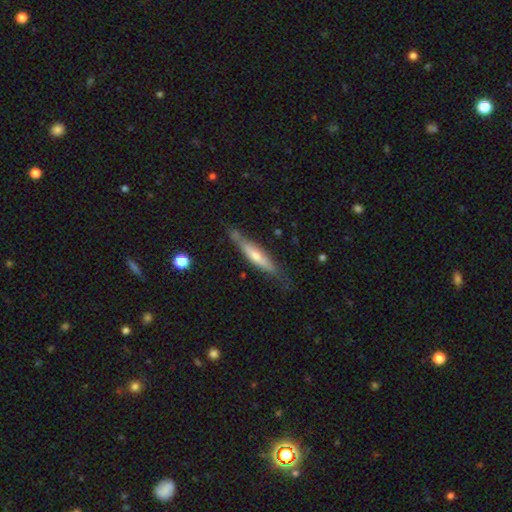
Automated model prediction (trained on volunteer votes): Overall: featured or disk (51%; smooth 44%). Edge-on disk: yes (88%). Merging: none (71%).